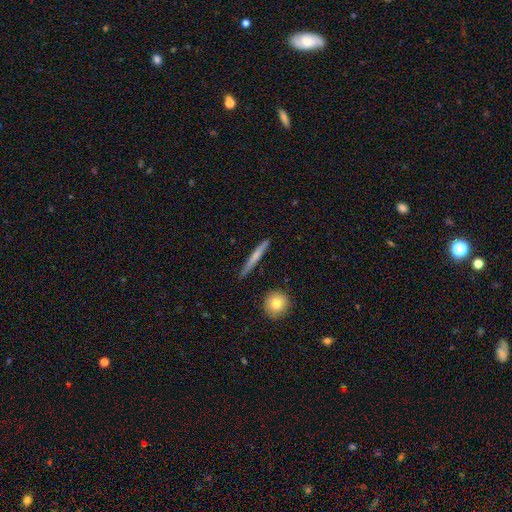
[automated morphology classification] Smooth or featured? Predicted: smooth (p=0.56). How rounded? Predicted: cigar-shaped (p=0.94). Merging? Predicted: none (p=0.87).